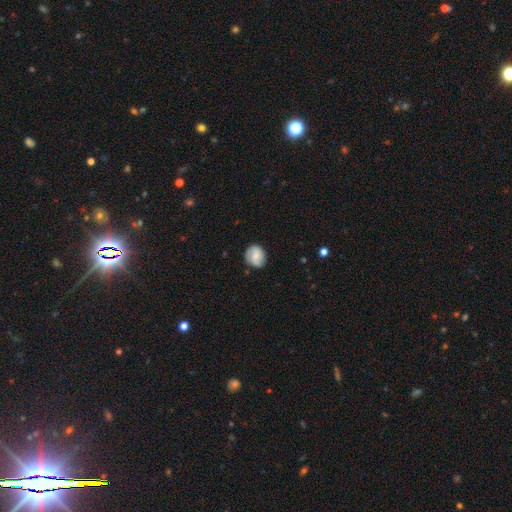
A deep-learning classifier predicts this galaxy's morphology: Overall: smooth (56%; featured or disk 36%). How rounded: round (70%). Merging: none (77%).